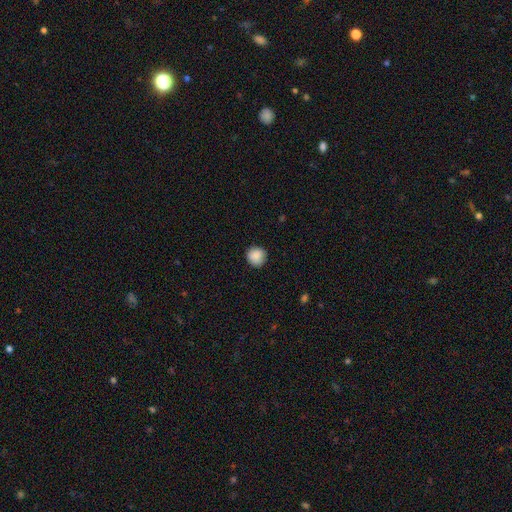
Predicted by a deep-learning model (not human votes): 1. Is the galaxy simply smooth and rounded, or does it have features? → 88% smooth, 8% star or artifact, 4% featured or disk.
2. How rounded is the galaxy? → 91% round, 8% in between, 1% cigar-shaped.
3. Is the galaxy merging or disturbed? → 87% none, 10% minor disturbance, 2% major disturbance, 1% merger.